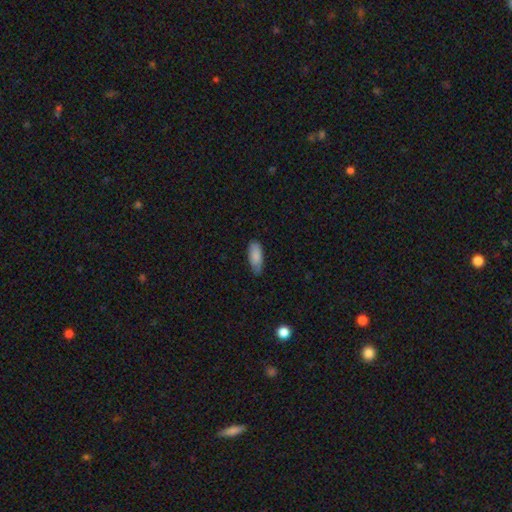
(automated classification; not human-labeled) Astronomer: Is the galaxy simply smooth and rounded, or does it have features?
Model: smooth — 87%.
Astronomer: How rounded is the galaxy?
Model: in between — 81%.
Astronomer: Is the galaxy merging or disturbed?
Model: none — 71%.